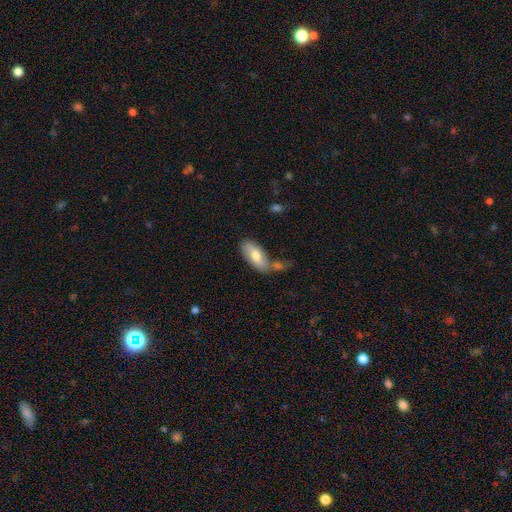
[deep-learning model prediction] smooth_or_featured: smooth (p=0.68) [alt: featured or disk p=0.26]
how_rounded: in between (p=0.87) [alt: cigar-shaped p=0.11]
merging: none (p=0.52) [alt: merger p=0.24]